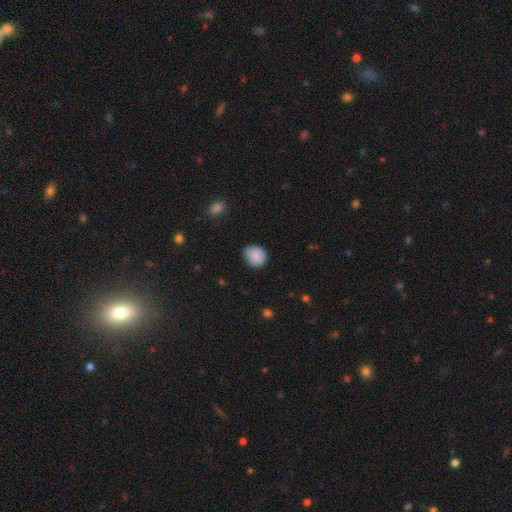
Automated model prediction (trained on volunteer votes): Overall: smooth (88%). How rounded: round (70%). Merging: none (79%).